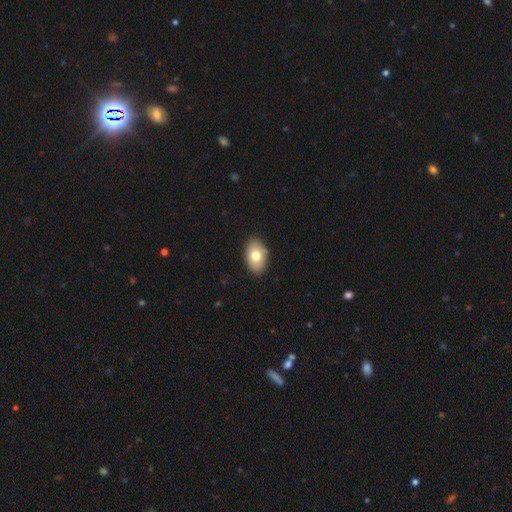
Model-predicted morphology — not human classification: smooth 74%, featured or disk 19%, star or artifact 7%. Down the decision tree: how rounded — in between (89%); merging — none (86%).